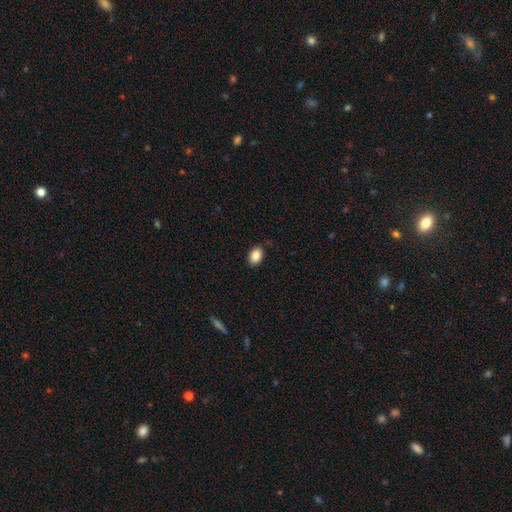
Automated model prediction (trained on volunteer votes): smooth_or_featured: smooth (p=0.88) [alt: star or artifact p=0.08]
how_rounded: in between (p=0.83) [alt: round p=0.16]
merging: none (p=0.87) [alt: minor disturbance p=0.10]